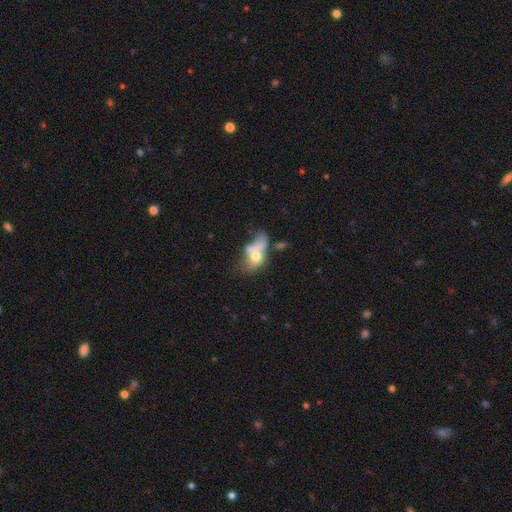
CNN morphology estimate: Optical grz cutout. It shows a smooth galaxy with no disk features (59%) that is in between round and cigar-shaped (74%). Merging: merger (36%).